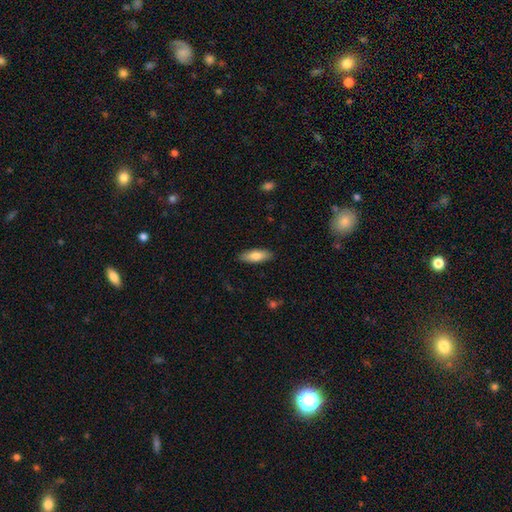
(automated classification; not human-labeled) Smooth or featured?
  - smooth: 78% *
  - featured or disk: 16%
  - star or artifact: 6%
How rounded?
  - in between: 66% *
  - cigar-shaped: 31%
  - round: 2%
Merging?
  - none: 89% *
  - minor disturbance: 8%
  - major disturbance: 2%
  - merger: 1%